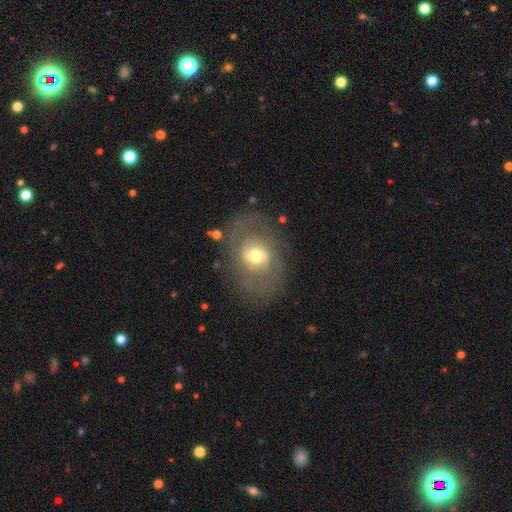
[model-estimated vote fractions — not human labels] A featured or disk galaxy (65%) with no bar (44%), spiral arms (53%) and a moderate central bulge (68%). Merging: none (73%).